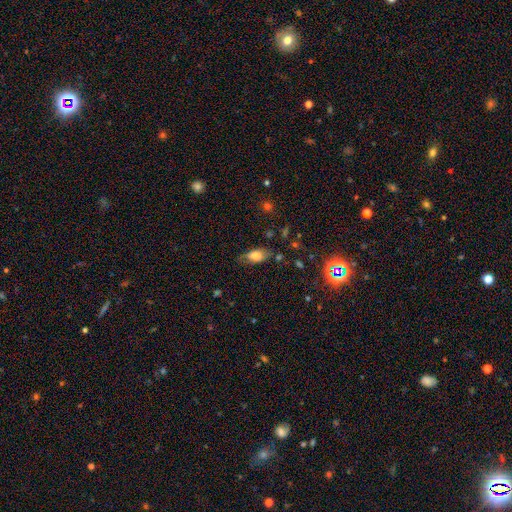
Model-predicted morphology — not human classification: Smooth or featured: smooth — 73% (featured or disk — 17%)
How rounded: in between — 86% (cigar-shaped — 9%)
Merging: none — 67% (minor disturbance — 24%)